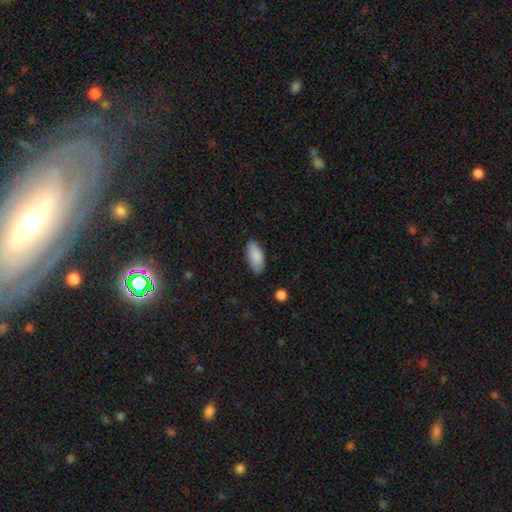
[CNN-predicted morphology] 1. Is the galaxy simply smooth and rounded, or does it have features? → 88% smooth, 6% featured or disk, 6% star or artifact.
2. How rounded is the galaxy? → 89% in between, 10% cigar-shaped, 2% round.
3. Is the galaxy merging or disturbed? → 84% none, 12% minor disturbance, 2% major disturbance, 1% merger.